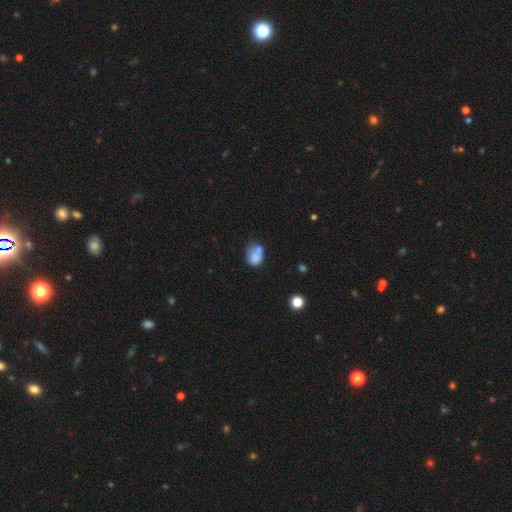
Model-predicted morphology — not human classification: smooth_or_featured: smooth (p=0.74) [alt: featured or disk p=0.16]
how_rounded: in between (p=0.53) [alt: round p=0.46]
merging: merger (p=0.42) [alt: none p=0.30]